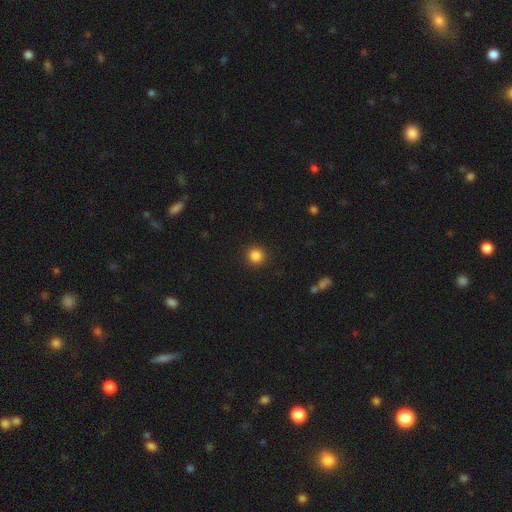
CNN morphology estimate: A smooth galaxy with no disk features (85%) that is round (95%). Merging: none (92%).